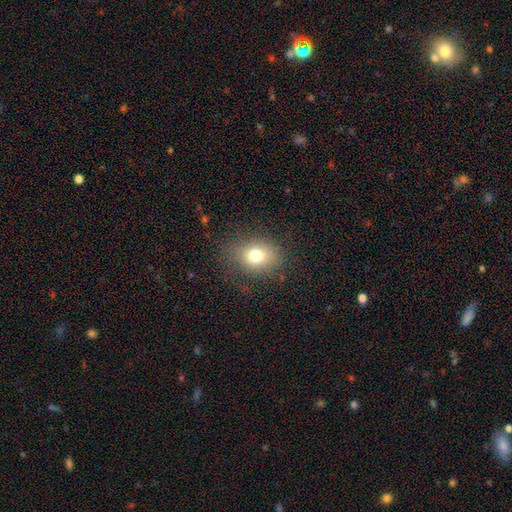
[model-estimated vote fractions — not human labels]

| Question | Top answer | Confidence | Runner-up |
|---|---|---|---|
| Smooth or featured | smooth | 74% | star or artifact (13%) |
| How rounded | round | 51% | in between (48%) |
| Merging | none | 75% | minor disturbance (16%) |